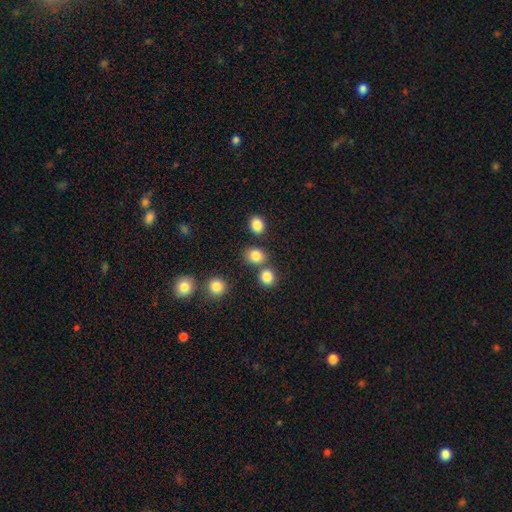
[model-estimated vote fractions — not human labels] smooth 82%, star or artifact 13%, featured or disk 5%. Down the decision tree: how rounded — round (72%); merging — none (72%).